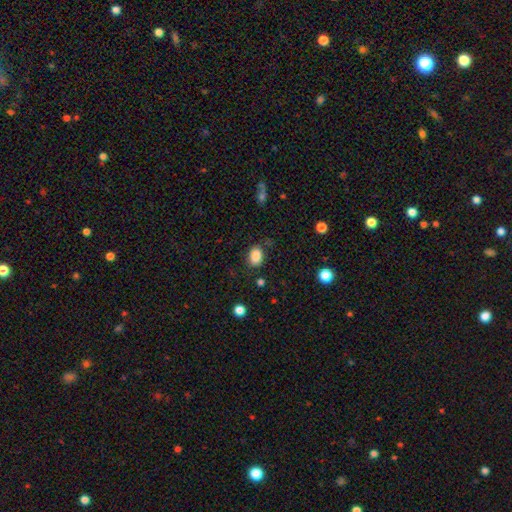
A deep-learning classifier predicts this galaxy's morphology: Q: Smooth or featured?
A: smooth (86%); runner-up: star or artifact (9%)
Q: How rounded?
A: in between (77%); runner-up: round (22%)
Q: Merging?
A: none (75%); runner-up: minor disturbance (17%)